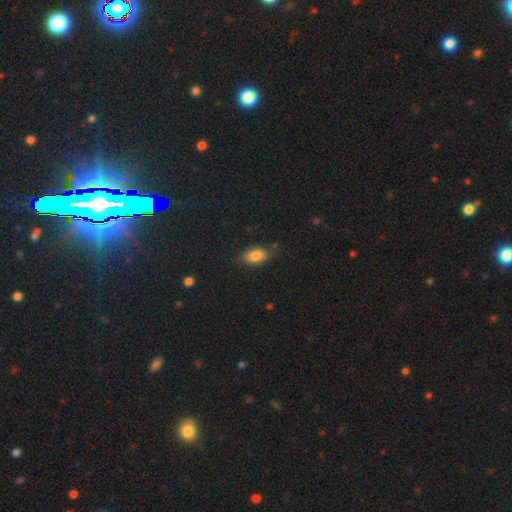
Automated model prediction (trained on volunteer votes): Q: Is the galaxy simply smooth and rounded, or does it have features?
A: smooth — 82%.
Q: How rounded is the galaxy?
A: in between — 86%.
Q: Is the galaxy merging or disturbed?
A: none — 77%.